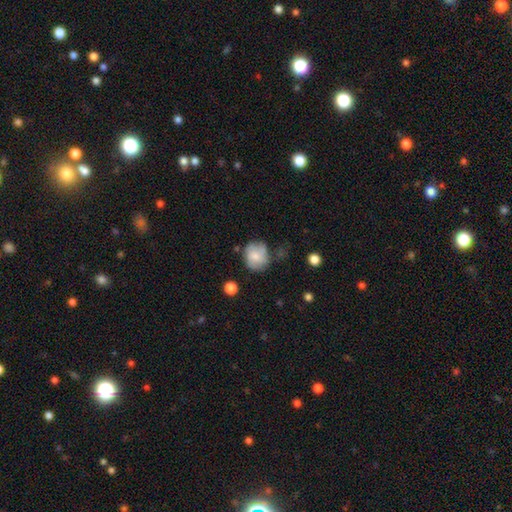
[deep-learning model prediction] smooth-or-featured: smooth: 68% | featured or disk: 24% | star or artifact: 8%
  how-rounded: round: 74% | in between: 25% | cigar-shaped: 1%
  merging: none: 54% | minor disturbance: 29% | major disturbance: 10% | merger: 7%